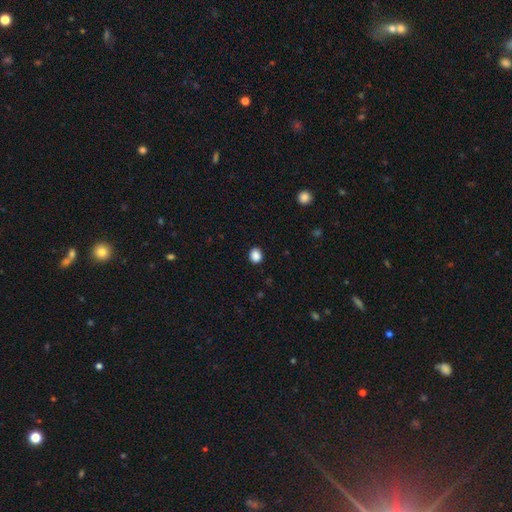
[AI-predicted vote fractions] This is clearly a smooth galaxy (88%). How rounded: likely round (63%). Merging: clearly none (90%).